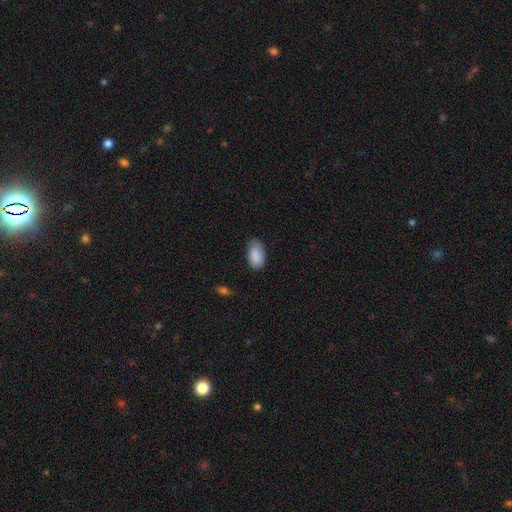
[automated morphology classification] Q: Smooth or featured?
A: smooth (88%); runner-up: star or artifact (6%)
Q: How rounded?
A: in between (94%); runner-up: round (4%)
Q: Merging?
A: none (70%); runner-up: minor disturbance (24%)